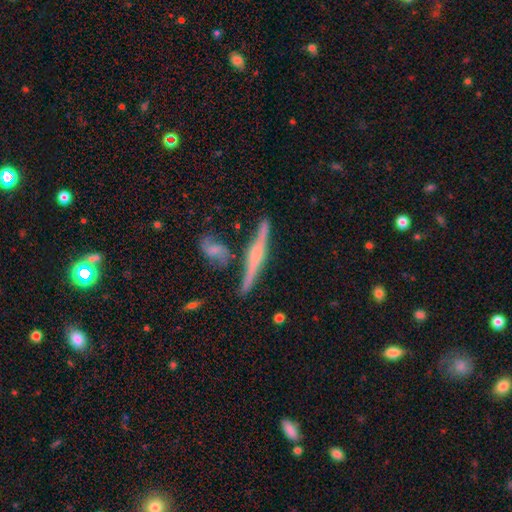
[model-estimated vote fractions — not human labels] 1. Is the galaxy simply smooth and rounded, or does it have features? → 73% featured or disk, 19% smooth, 8% star or artifact.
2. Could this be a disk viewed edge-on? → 97% yes, 3% no.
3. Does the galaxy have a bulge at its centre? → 61% rounded, 21% boxy, 18% none.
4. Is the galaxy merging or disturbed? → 75% none, 12% minor disturbance, 9% merger, 4% major disturbance.